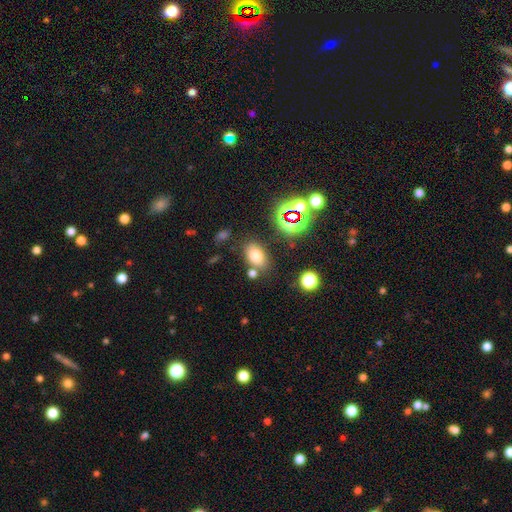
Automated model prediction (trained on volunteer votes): Smooth or featured?
  - smooth: 73% *
  - star or artifact: 17%
  - featured or disk: 10%
How rounded?
  - in between: 84% *
  - round: 14%
  - cigar-shaped: 2%
Merging?
  - none: 74% *
  - minor disturbance: 12%
  - merger: 10%
  - major disturbance: 4%